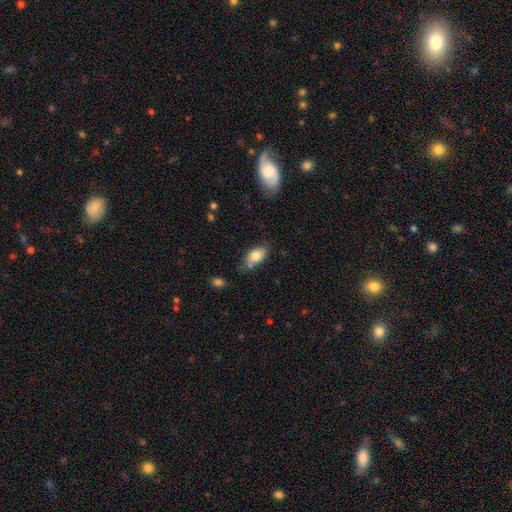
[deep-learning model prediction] A smooth galaxy with no disk features (80%) that is in between round and cigar-shaped (89%). Merging: none (61%).